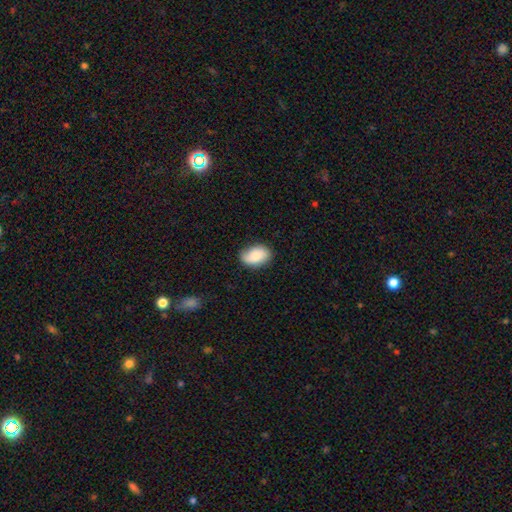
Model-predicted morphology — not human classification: A smooth galaxy with no disk features (79%) that is in between round and cigar-shaped (86%).

Vote fractions:
- Smooth or featured? smooth: 79% / featured or disk: 14% / star or artifact: 7%
- How rounded? in between: 86% / round: 13% / cigar-shaped: 1%
- Merging? none: 74% / minor disturbance: 21% / major disturbance: 4% / merger: 1%